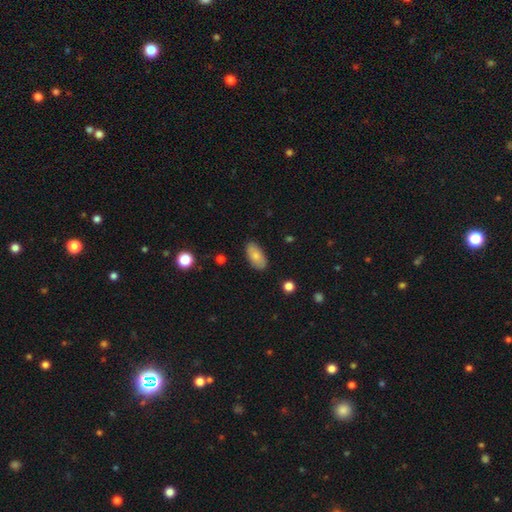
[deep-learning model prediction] Morphology: type=smooth (78%); roundness=in between (93%); merging=none (85%).